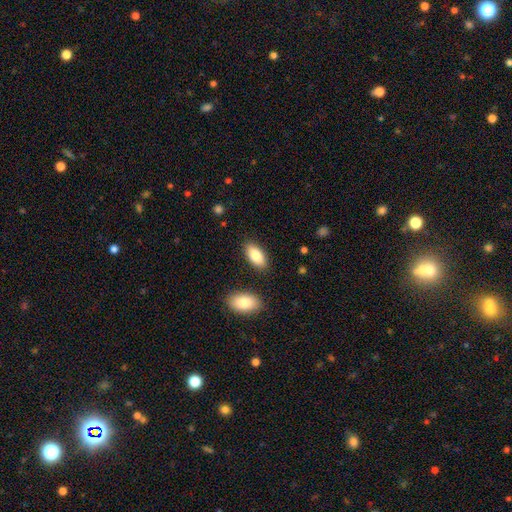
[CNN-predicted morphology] Overall: smooth (84%). How rounded: in between (91%). Merging: none (86%).